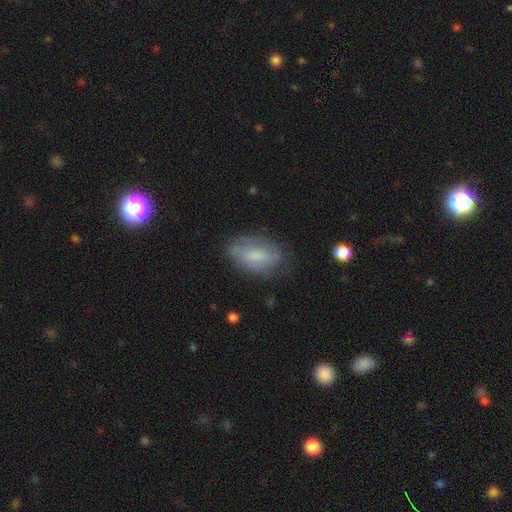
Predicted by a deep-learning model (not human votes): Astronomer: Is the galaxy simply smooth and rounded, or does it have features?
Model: smooth — 62%.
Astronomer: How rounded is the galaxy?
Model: in between — 90%.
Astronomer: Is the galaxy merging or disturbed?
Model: none — 68%.